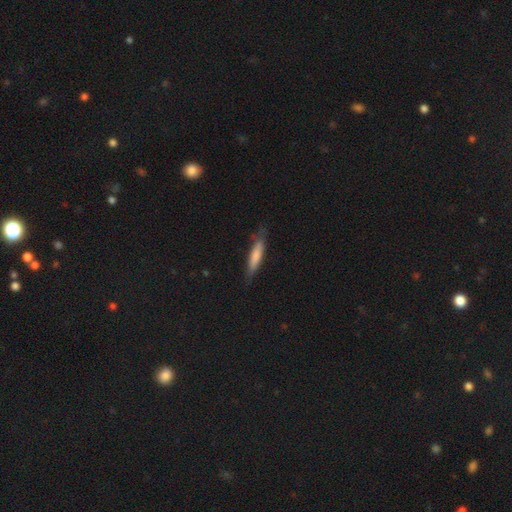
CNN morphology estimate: Smooth or featured?
  - smooth: 73% *
  - featured or disk: 22%
  - star or artifact: 5%
How rounded?
  - cigar-shaped: 82% *
  - in between: 17%
  - round: 1%
Merging?
  - none: 73% *
  - minor disturbance: 21%
  - major disturbance: 5%
  - merger: 2%